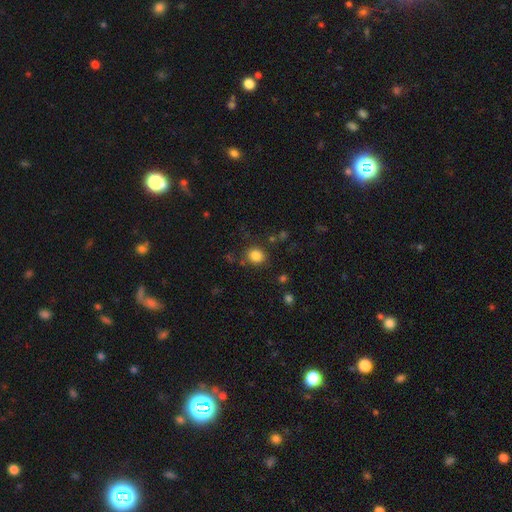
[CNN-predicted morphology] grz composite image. It shows a smooth galaxy with no disk features (83%) that is round (79%). Merging: none (82%).